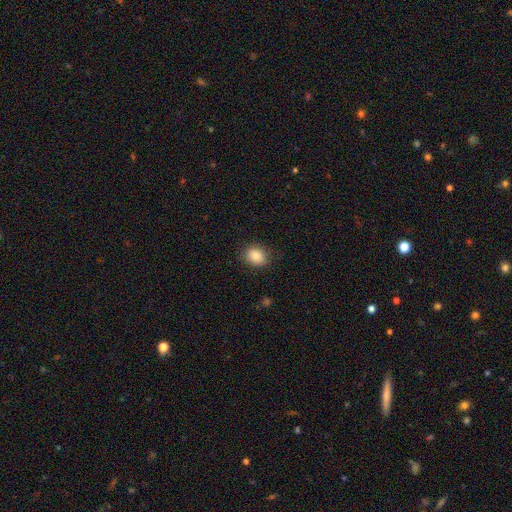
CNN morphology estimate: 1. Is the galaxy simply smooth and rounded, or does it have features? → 84% smooth, 9% star or artifact, 7% featured or disk.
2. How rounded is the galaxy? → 53% round, 46% in between, 1% cigar-shaped.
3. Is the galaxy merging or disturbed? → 84% none, 12% minor disturbance, 3% major disturbance, 1% merger.